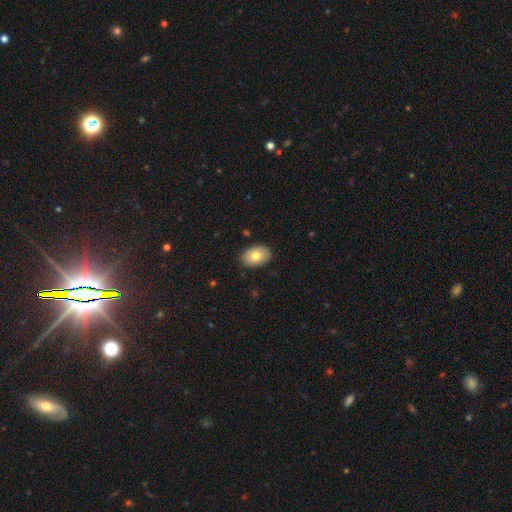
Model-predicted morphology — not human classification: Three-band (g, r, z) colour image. It shows a smooth galaxy with no disk features (78%) that is in between round and cigar-shaped (86%). Merging: none (88%).